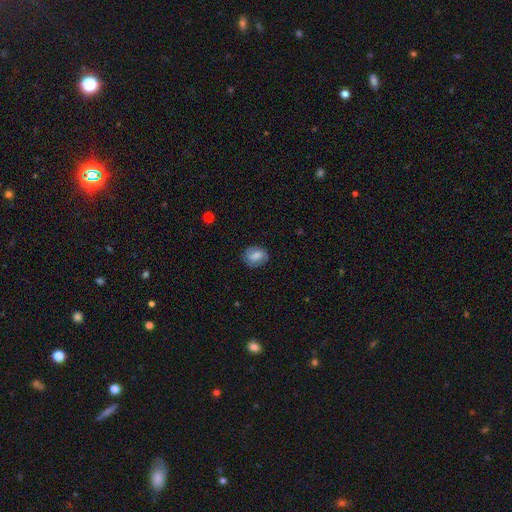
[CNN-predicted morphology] A smooth galaxy with no disk features (61%) that is in between round and cigar-shaped (58%).

Vote fractions:
- Smooth or featured? smooth: 61% / featured or disk: 30% / star or artifact: 9%
- How rounded? in between: 58% / round: 41% / cigar-shaped: 2%
- Merging? none: 77% / minor disturbance: 17% / major disturbance: 5% / merger: 1%